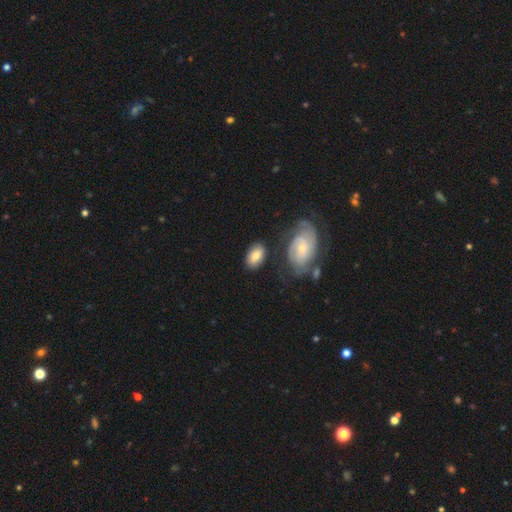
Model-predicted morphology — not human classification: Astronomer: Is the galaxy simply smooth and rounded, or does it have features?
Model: smooth — 70%.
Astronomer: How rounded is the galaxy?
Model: in between — 89%.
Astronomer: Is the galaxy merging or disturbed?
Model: none — 69%.